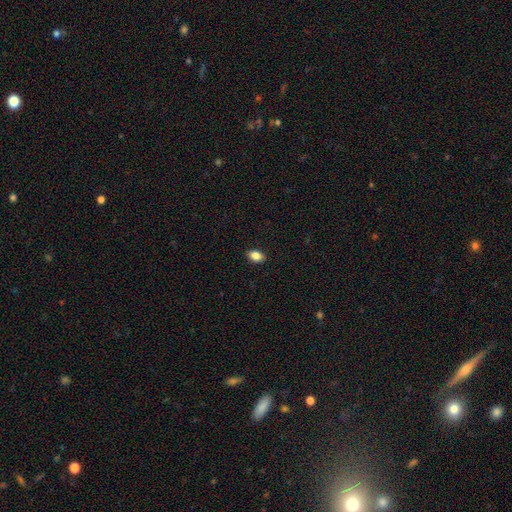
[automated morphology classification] A smooth galaxy with no disk features (86%) that is in between round and cigar-shaped (85%).

Vote fractions:
- Smooth or featured? smooth: 86% / star or artifact: 9% / featured or disk: 5%
- How rounded? in between: 85% / round: 13% / cigar-shaped: 2%
- Merging? none: 89% / minor disturbance: 8% / major disturbance: 2% / merger: 1%